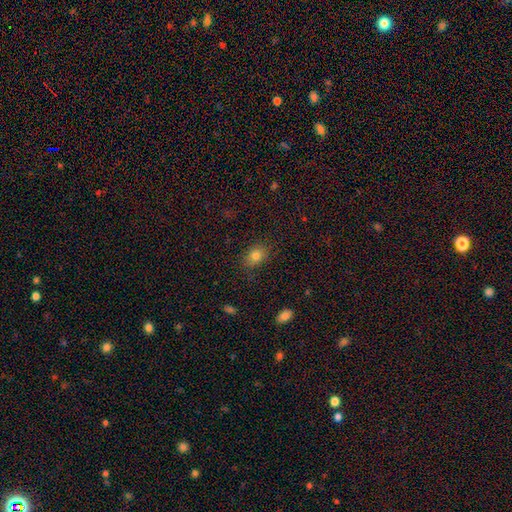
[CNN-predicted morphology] Smooth or featured? Predicted: smooth (p=0.80). How rounded? Predicted: in between (p=0.69). Merging? Predicted: none (p=0.83).